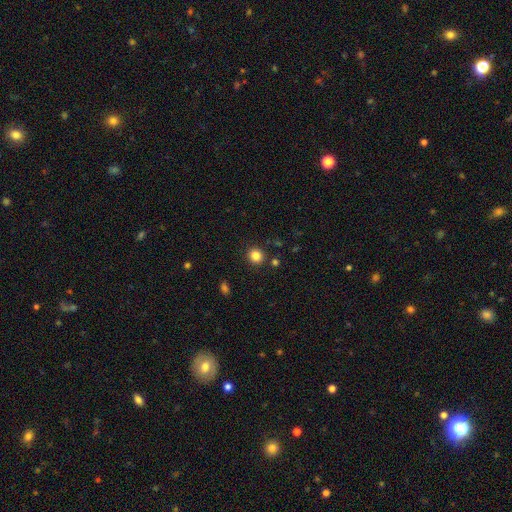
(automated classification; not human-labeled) Smooth or featured? Predicted: smooth (p=0.84). How rounded? Predicted: round (p=0.88). Merging? Predicted: none (p=0.89).